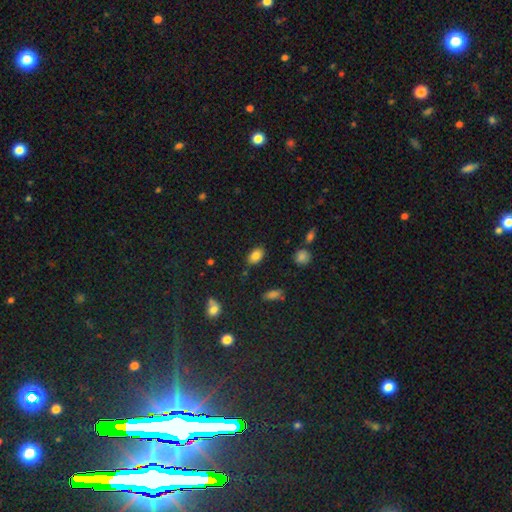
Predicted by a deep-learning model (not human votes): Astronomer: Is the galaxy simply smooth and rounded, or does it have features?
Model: smooth — 83%.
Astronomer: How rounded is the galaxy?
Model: in between — 87%.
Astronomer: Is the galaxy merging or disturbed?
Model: none — 83%.